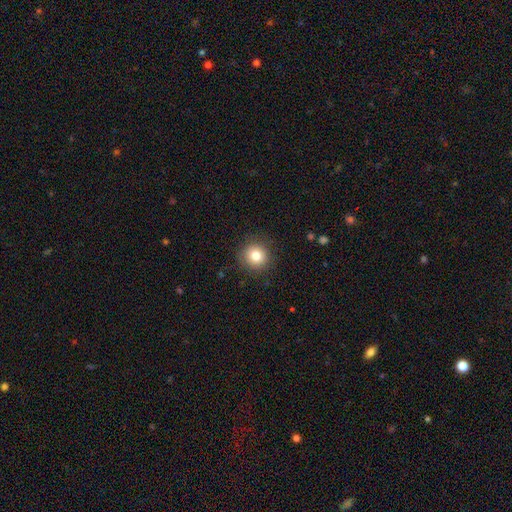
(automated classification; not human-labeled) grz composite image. It shows a smooth galaxy with no disk features (82%) that is round (92%). Merging: none (88%).